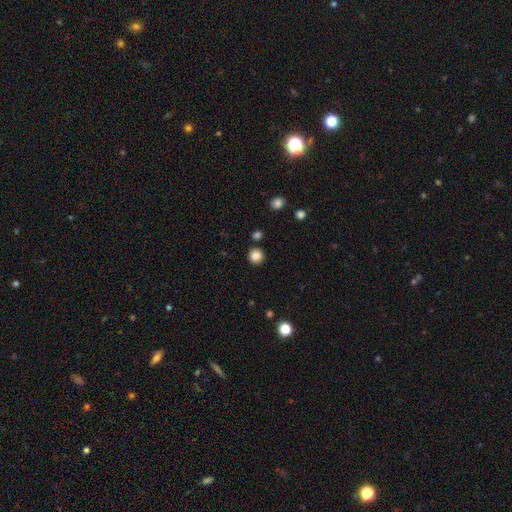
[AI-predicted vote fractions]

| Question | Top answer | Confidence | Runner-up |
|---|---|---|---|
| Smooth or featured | smooth | 86% | star or artifact (11%) |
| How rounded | round | 93% | in between (6%) |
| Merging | none | 88% | minor disturbance (6%) |